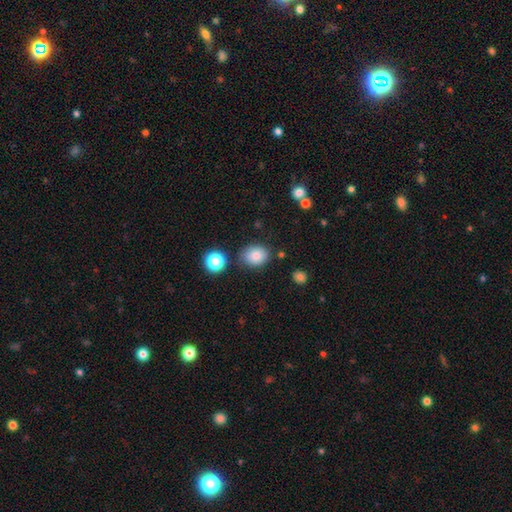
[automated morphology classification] This appears to be a smooth galaxy with no disk features (83%) that is round (54%). Merging: none (77%).